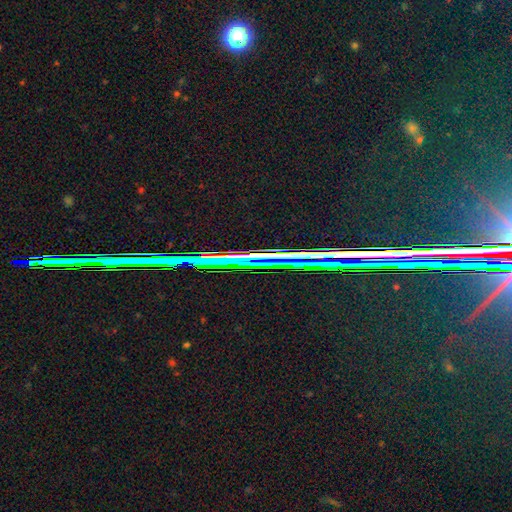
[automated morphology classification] Smooth or featured?
  - star or artifact: 82% *
  - featured or disk: 11%
  - smooth: 7%